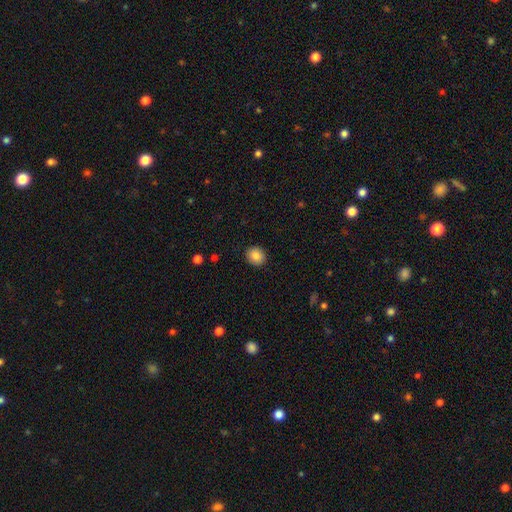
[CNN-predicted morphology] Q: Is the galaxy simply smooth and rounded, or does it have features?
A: smooth — 85%.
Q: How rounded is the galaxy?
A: round — 76%.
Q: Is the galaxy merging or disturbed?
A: none — 91%.